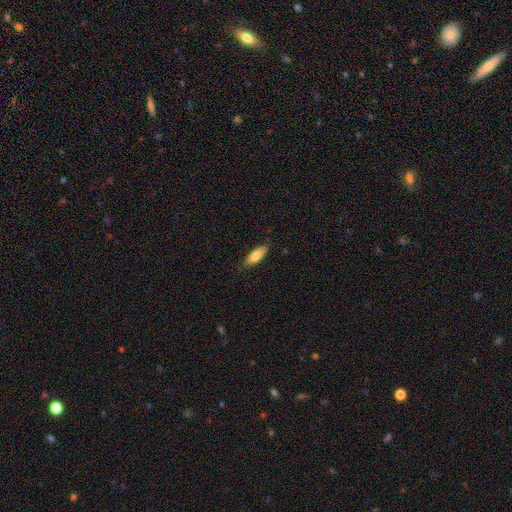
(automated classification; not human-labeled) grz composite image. It shows a smooth galaxy with no disk features (77%) that is in between round and cigar-shaped (67%). Merging: none (81%).